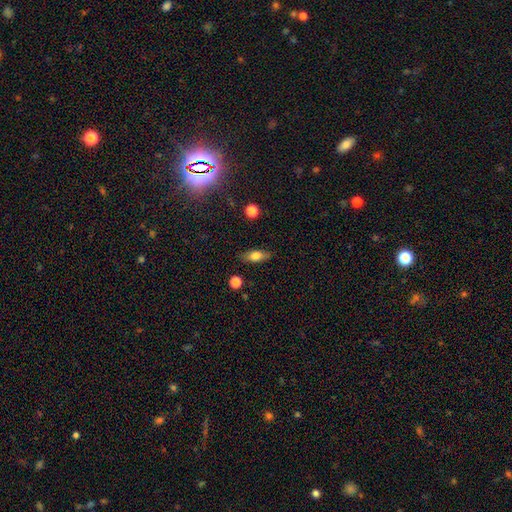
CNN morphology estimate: Smooth or featured? smooth (71%)
How rounded? in between (74%)
Merging? none (84%)